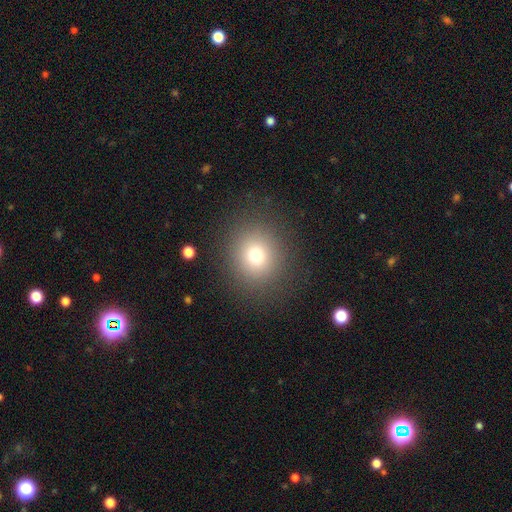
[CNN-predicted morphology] A smooth galaxy with no disk features (74%) that is round (87%). Merging: none (87%).